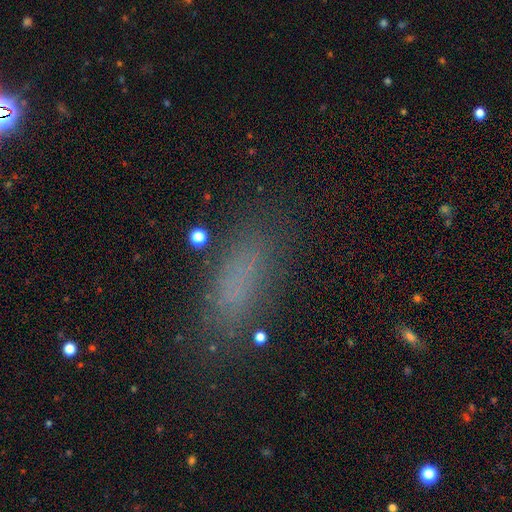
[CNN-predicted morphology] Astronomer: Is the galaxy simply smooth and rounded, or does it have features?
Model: smooth — 65%.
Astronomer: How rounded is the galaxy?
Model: in between — 68%.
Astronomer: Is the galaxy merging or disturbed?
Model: none — 71%.